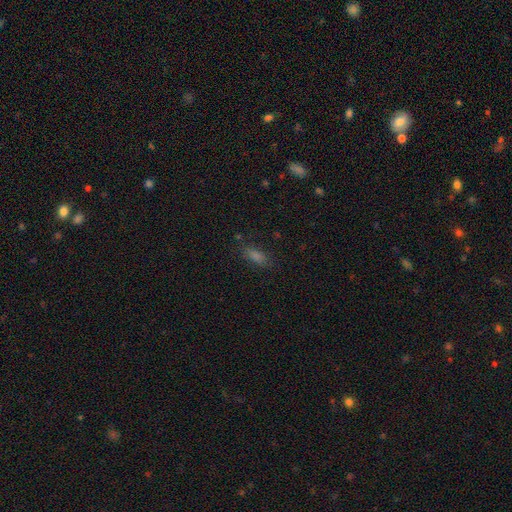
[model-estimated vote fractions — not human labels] smooth 65%, star or artifact 23%, featured or disk 12%. Down the decision tree: how rounded — in between (71%); merging — none (81%).